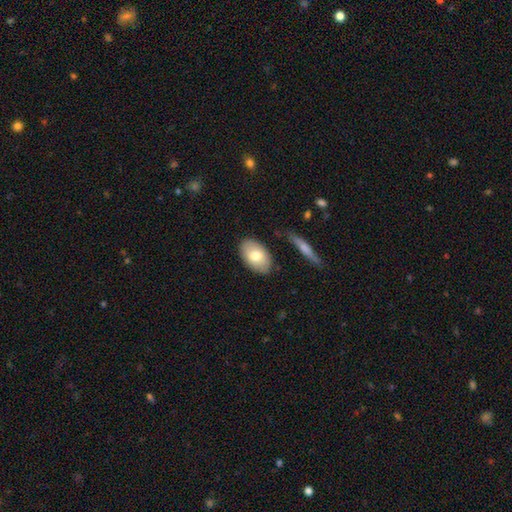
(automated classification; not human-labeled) Smooth or featured: smooth — 75% (featured or disk — 19%)
How rounded: in between — 92% (round — 6%)
Merging: none — 84% (minor disturbance — 11%)